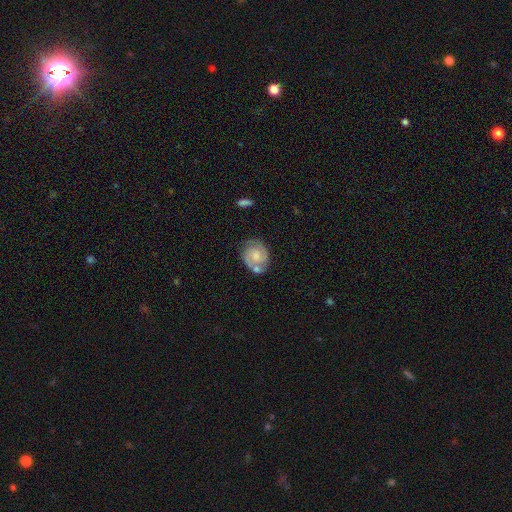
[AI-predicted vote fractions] A featured or disk galaxy (59%) with no bar (69%), spiral arms (84%) and a moderate central bulge (43%).

Vote fractions:
- Smooth or featured? featured or disk: 59% / smooth: 34% / star or artifact: 7%
- Edge-on disk? no: 97% / yes: 3%
- Bar? no: 69% / weak: 27% / strong: 4%
- Spiral arms? yes: 84% / no: 16%
- Bulge size? moderate: 43% / small: 30% / none: 14% / large: 12% / dominant: 2%
- Merging? none: 53% / minor disturbance: 20% / merger: 19% / major disturbance: 7%